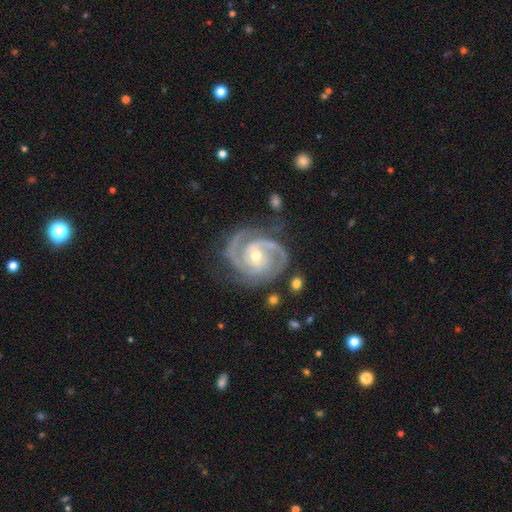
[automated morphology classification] Smooth or featured: featured or disk — 93% (star or artifact — 4%)
Edge-on disk: no — 98% (yes — 2%)
Bar: no — 53% (weak — 33%)
Spiral arms: yes — 99% (no — 1%)
Spiral winding: tight — 63% (medium — 34%)
Spiral arm count: 2 — 66% (3 — 22%)
Bulge size: moderate — 52% (small — 45%)
Merging: none — 75% (minor disturbance — 17%)